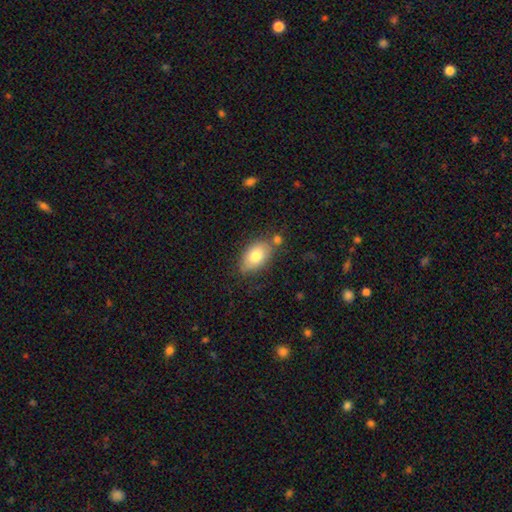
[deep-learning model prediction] smooth-or-featured: smooth: 78% | featured or disk: 15% | star or artifact: 7%
  how-rounded: in between: 90% | round: 8% | cigar-shaped: 2%
  merging: none: 69% | minor disturbance: 17% | merger: 10% | major disturbance: 4%